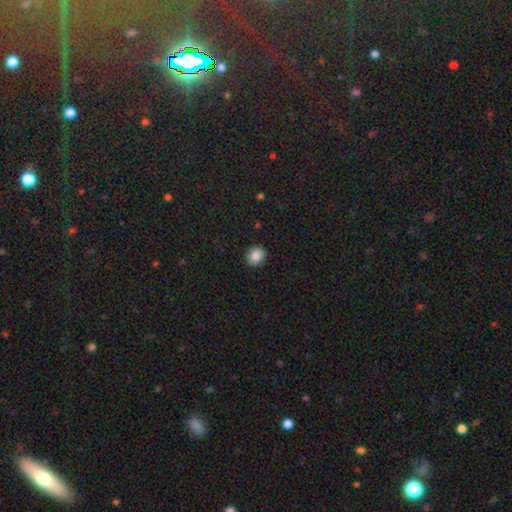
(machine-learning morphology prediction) This appears to be a smooth galaxy with no disk features (87%) that is round (74%). Merging: none (88%).